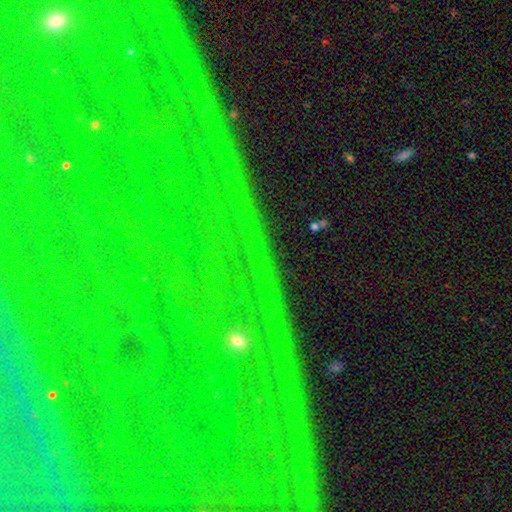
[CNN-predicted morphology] A star or artifact, not a galaxy (83%).

Vote fractions:
- Smooth or featured? star or artifact: 83% / featured or disk: 9% / smooth: 8%